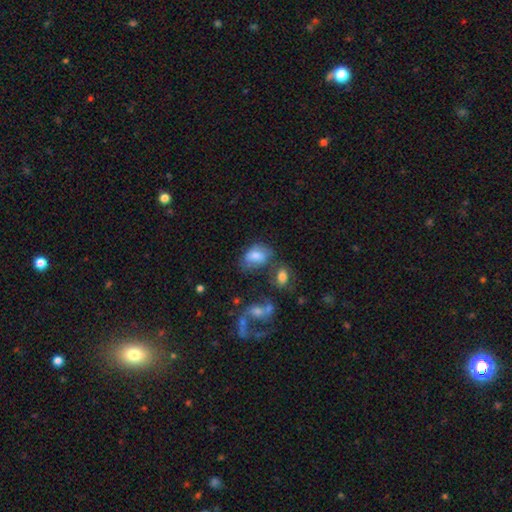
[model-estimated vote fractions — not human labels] smooth 70%, featured or disk 21%, star or artifact 9%. Down the decision tree: how rounded — in between (83%); merging — none (45%).